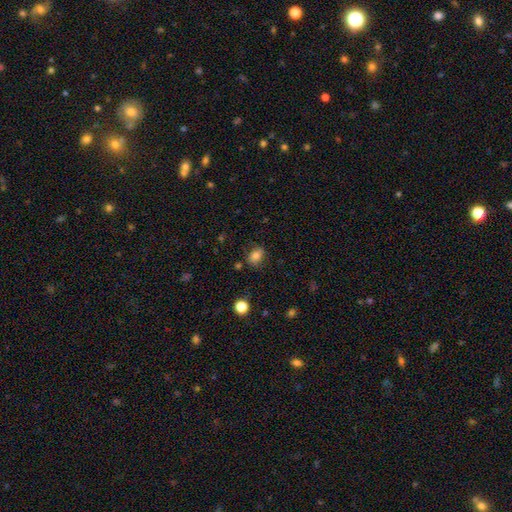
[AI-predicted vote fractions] Q: Smooth or featured?
A: smooth (80%); runner-up: star or artifact (11%)
Q: How rounded?
A: in between (63%); runner-up: round (36%)
Q: Merging?
A: none (76%); runner-up: minor disturbance (17%)